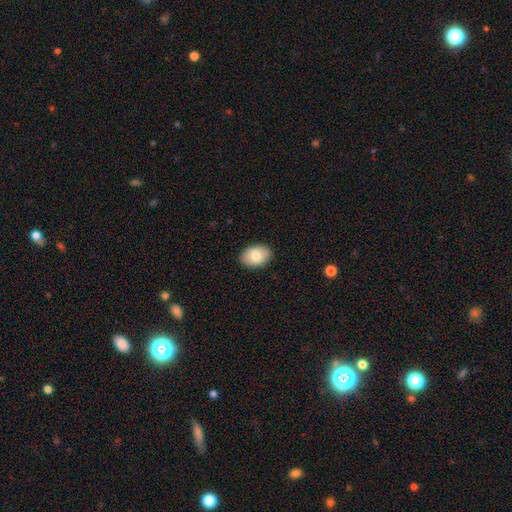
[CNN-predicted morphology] This is clearly a smooth galaxy (81%). How rounded: clearly in between (85%). Merging: clearly none (88%).